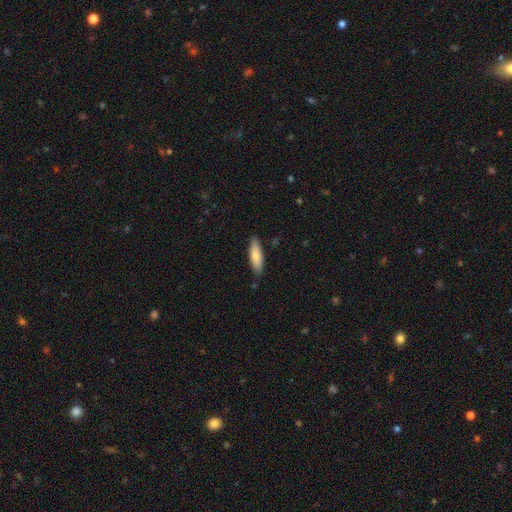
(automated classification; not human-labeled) Smooth or featured: smooth — 76% (featured or disk — 18%)
How rounded: cigar-shaped — 54% (in between — 44%)
Merging: none — 85% (minor disturbance — 11%)